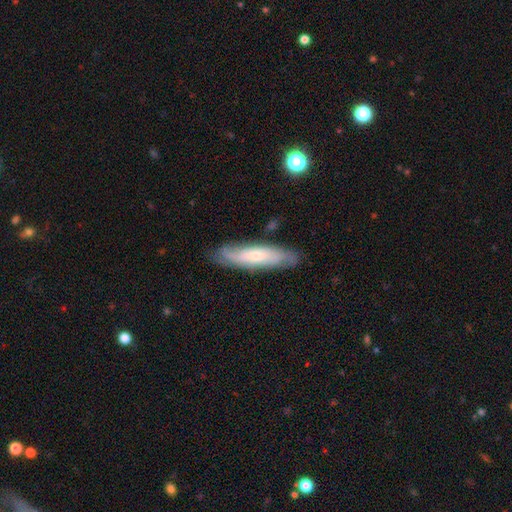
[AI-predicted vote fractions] Q: Smooth or featured?
A: featured or disk (55%); runner-up: smooth (38%)
Q: Edge-on disk?
A: no (62%); runner-up: yes (38%)
Q: Merging?
A: none (78%); runner-up: minor disturbance (16%)